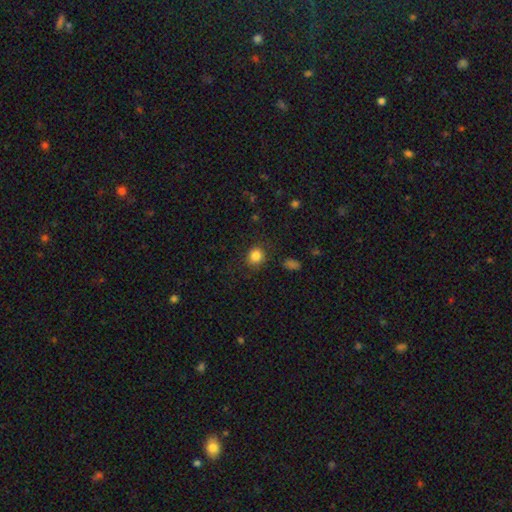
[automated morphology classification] Smooth or featured?
  - smooth: 84% *
  - star or artifact: 11%
  - featured or disk: 5%
How rounded?
  - round: 78% *
  - in between: 21%
  - cigar-shaped: 1%
Merging?
  - none: 81% *
  - minor disturbance: 12%
  - major disturbance: 4%
  - merger: 2%